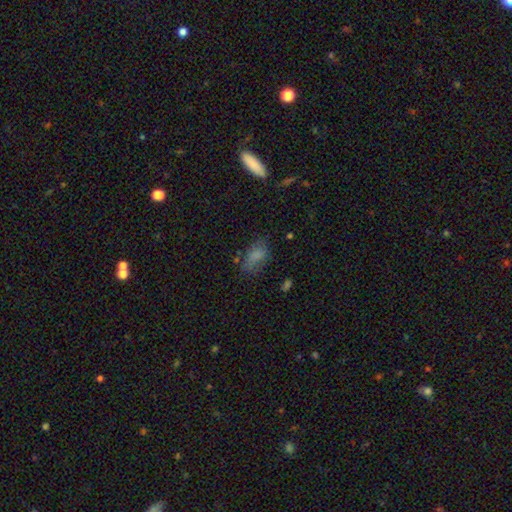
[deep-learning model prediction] The model was most divided on "merging": none: 57%, minor disturbance: 25%, major disturbance: 14%, merger: 4%. More confident: how rounded — in between (88%); smooth or featured — smooth (74%).